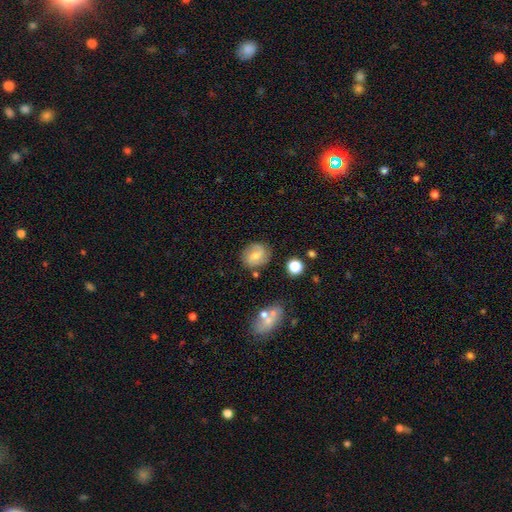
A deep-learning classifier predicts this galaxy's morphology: This is possibly a featured or disk galaxy (51%). It is clearly not viewed edge-on (97%). Merging: likely none (76%).